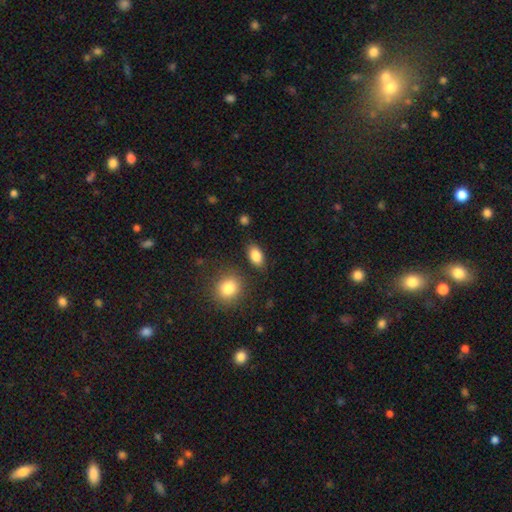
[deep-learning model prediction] This is clearly a smooth galaxy (86%). How rounded: clearly in between (89%). Merging: clearly none (83%).